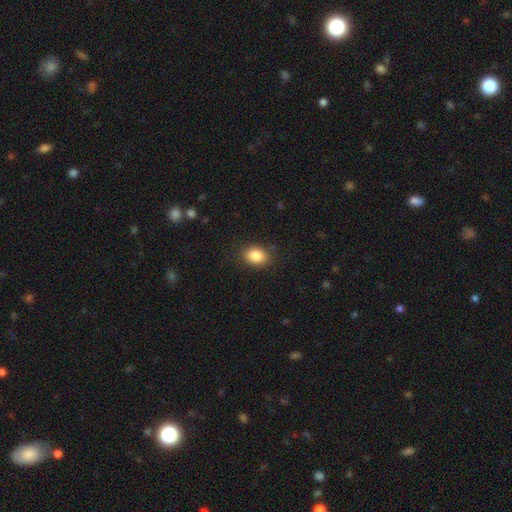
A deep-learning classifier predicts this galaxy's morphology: Smooth or featured? smooth (86%)
How rounded? in between (71%)
Merging? none (85%)